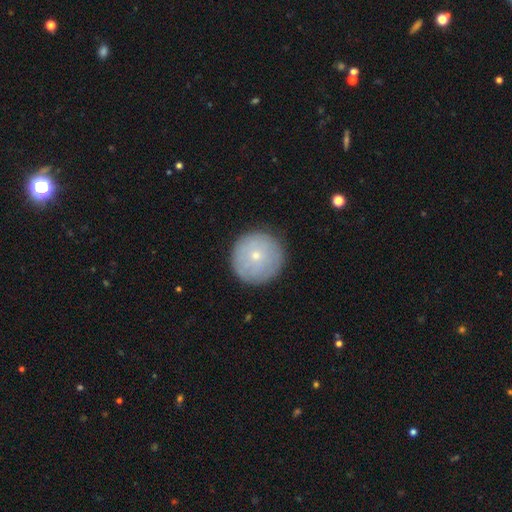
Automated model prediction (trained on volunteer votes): This is likely a smooth galaxy (63%). How rounded: clearly round (96%). Merging: clearly none (87%).